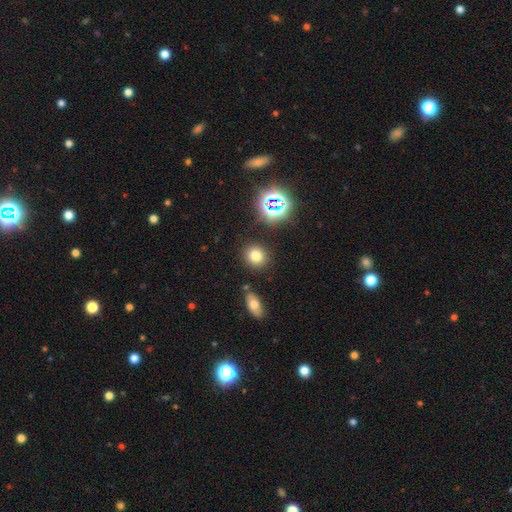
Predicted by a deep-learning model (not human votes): Overall: smooth (73%). How rounded: round (82%). Merging: none (86%).